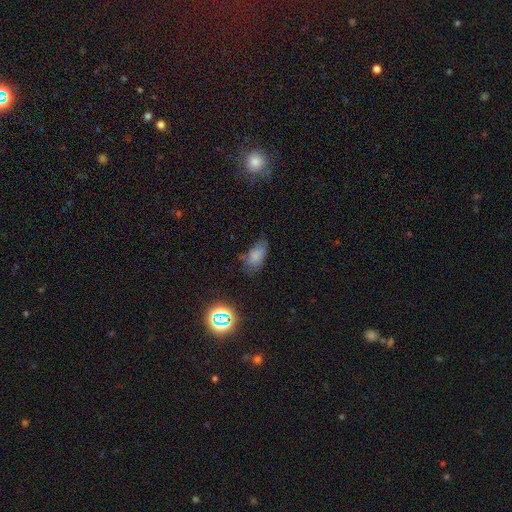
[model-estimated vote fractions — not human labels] This appears to be a smooth galaxy with no disk features (69%) that is in between round and cigar-shaped (89%). Merging: none (44%).